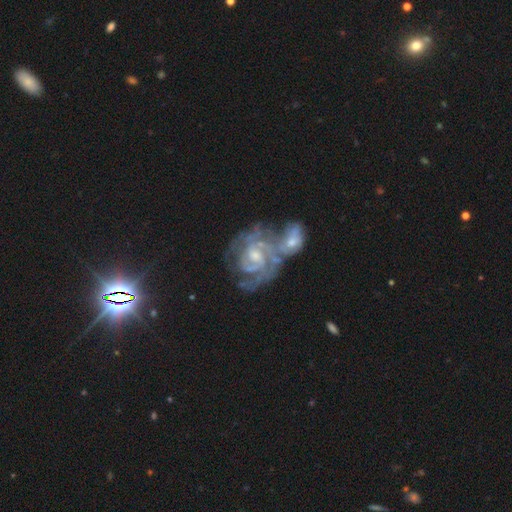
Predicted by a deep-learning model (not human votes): Overall: featured or disk (83%). Edge-on disk: no (97%). Bar: no (43%; weak 42%). Spiral arms: yes (95%). Spiral arm count: 2 (32%; can't tell 29%). Spiral winding: tight (67%; medium 27%). Bulge size: small (56%; moderate 37%). Merging: merger (60%; none 24%).